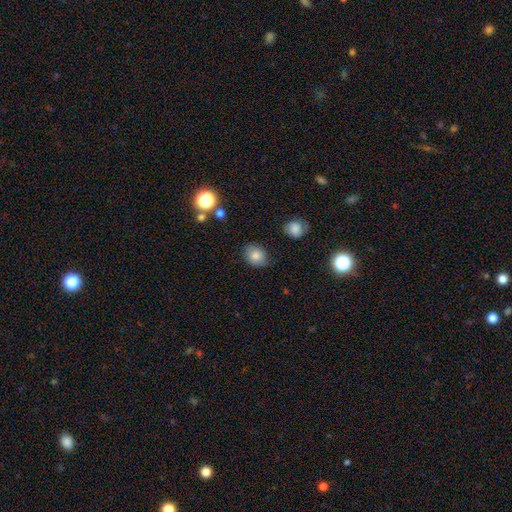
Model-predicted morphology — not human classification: type=smooth (81%); roundness=round (51%); merging=none (78%).